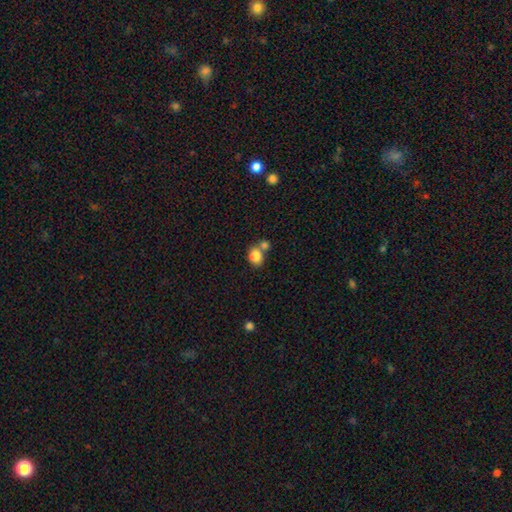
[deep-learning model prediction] This appears to be a smooth galaxy with no disk features (84%) that is in between round and cigar-shaped (52%). Merging: merger (44%).